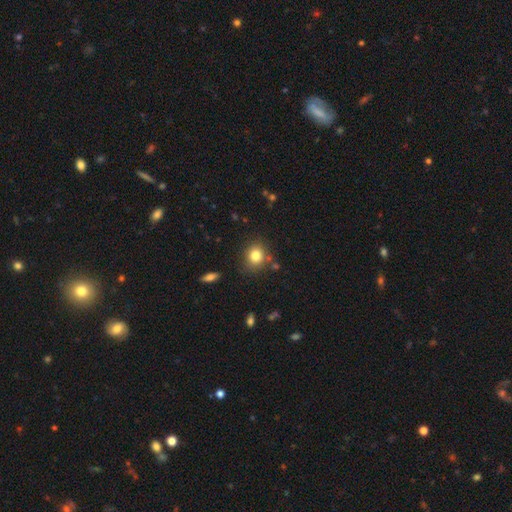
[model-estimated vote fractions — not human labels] Q: Smooth or featured?
A: smooth (80%); runner-up: star or artifact (11%)
Q: How rounded?
A: round (72%); runner-up: in between (27%)
Q: Merging?
A: none (79%); runner-up: minor disturbance (12%)